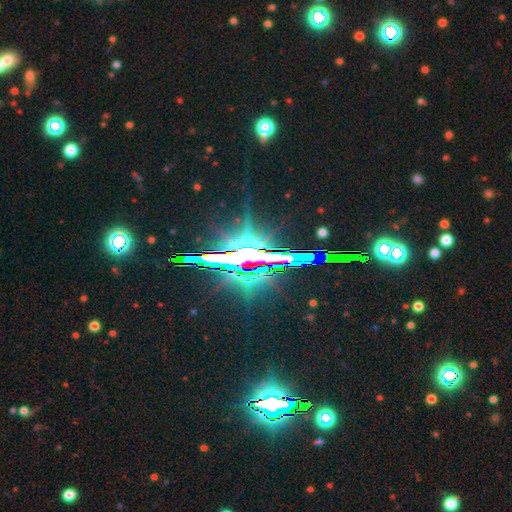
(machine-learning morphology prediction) This is likely a star or artifact rather than a galaxy (77%).